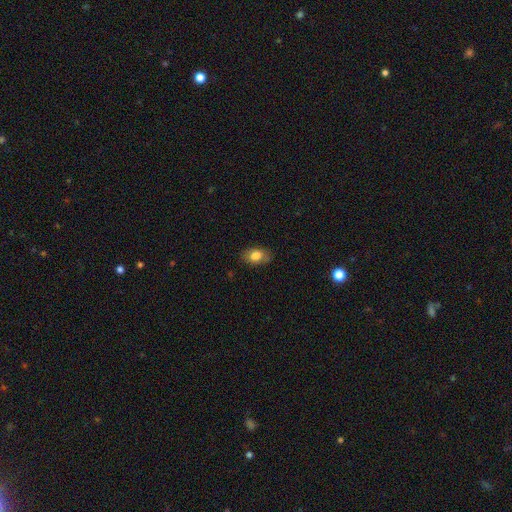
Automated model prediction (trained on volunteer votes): This is likely a smooth galaxy (79%). How rounded: clearly in between (86%). Merging: clearly none (82%).